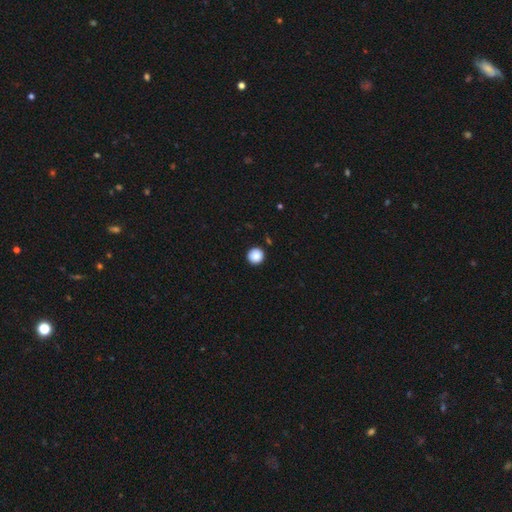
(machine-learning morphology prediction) This appears to be a smooth galaxy with no disk features (89%) that is round (96%). Merging: none (92%).